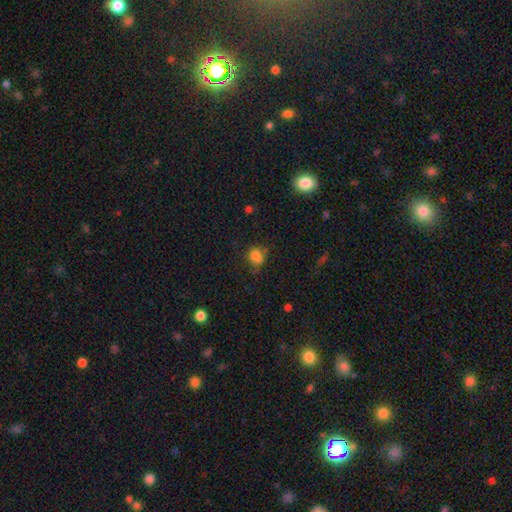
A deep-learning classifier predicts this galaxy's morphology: smooth_or_featured: smooth (p=0.77) [alt: star or artifact p=0.14]
how_rounded: round (p=0.64) [alt: in between p=0.35]
merging: none (p=0.53) [alt: minor disturbance p=0.23]